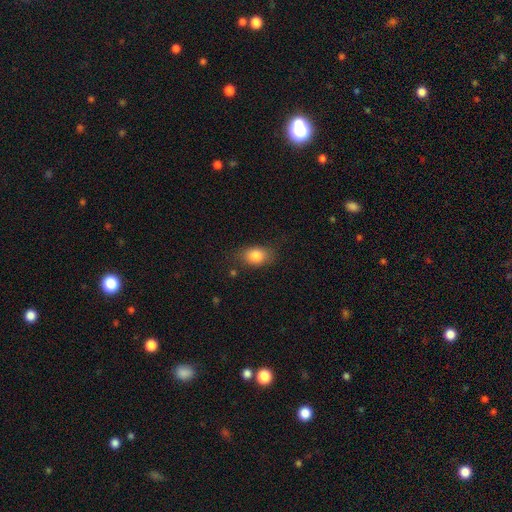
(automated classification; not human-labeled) Q: Smooth or featured?
A: smooth (83%); runner-up: star or artifact (8%)
Q: How rounded?
A: in between (75%); runner-up: round (23%)
Q: Merging?
A: none (75%); runner-up: minor disturbance (18%)